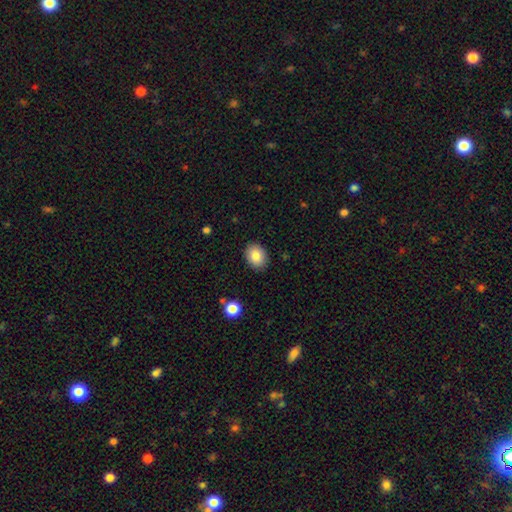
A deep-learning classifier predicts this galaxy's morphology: Q: Smooth or featured?
A: smooth (85%); runner-up: star or artifact (8%)
Q: How rounded?
A: in between (66%); runner-up: round (34%)
Q: Merging?
A: none (88%); runner-up: minor disturbance (9%)